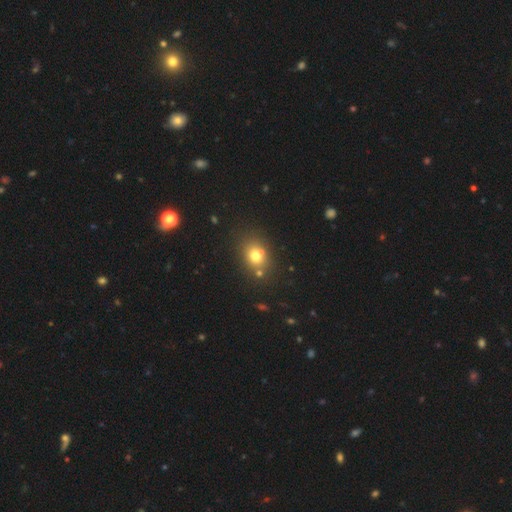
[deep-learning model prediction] Q: Smooth or featured?
A: smooth (71%); runner-up: star or artifact (15%)
Q: How rounded?
A: round (57%); runner-up: in between (42%)
Q: Merging?
A: none (67%); runner-up: merger (18%)